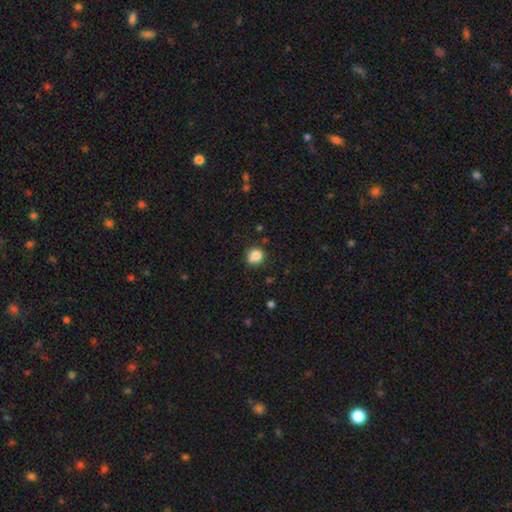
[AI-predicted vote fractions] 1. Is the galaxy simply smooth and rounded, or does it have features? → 84% smooth, 10% star or artifact, 5% featured or disk.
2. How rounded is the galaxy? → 82% round, 17% in between, 1% cigar-shaped.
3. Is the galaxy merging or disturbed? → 70% none, 22% minor disturbance, 4% major disturbance, 3% merger.